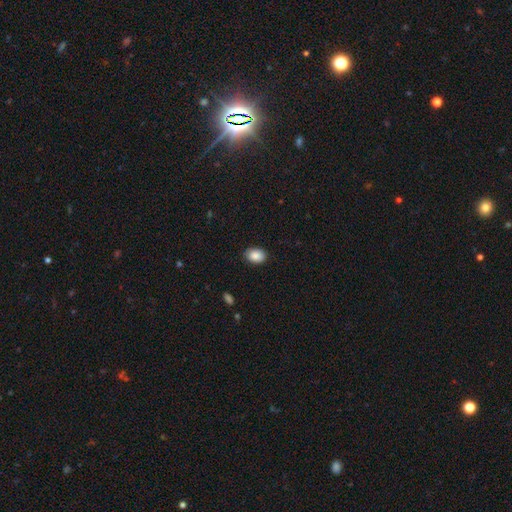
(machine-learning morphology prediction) type=smooth (88%); roundness=in between (80%); merging=none (86%).